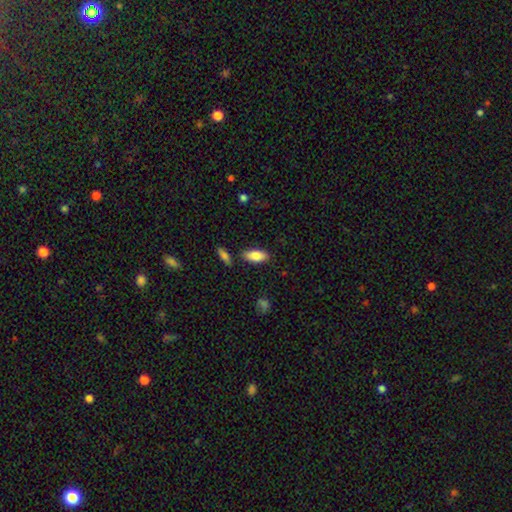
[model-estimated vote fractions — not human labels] Smooth or featured?
  - smooth: 84% *
  - featured or disk: 10%
  - star or artifact: 6%
How rounded?
  - in between: 88% *
  - cigar-shaped: 10%
  - round: 2%
Merging?
  - none: 83% *
  - minor disturbance: 11%
  - merger: 4%
  - major disturbance: 2%